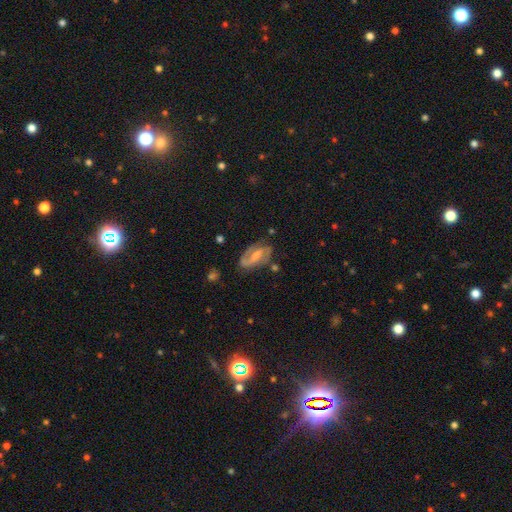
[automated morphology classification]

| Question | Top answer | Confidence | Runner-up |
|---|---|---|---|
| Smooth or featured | featured or disk | 80% | smooth (12%) |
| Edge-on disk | no | 95% | yes (5%) |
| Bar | weak | 46% | strong (33%) |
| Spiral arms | yes | 94% | no (6%) |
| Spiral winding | medium | 50% | tight (31%) |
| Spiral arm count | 2 | 85% | can't tell (6%) |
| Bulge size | small | 41% | moderate (40%) |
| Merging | none | 74% | minor disturbance (17%) |